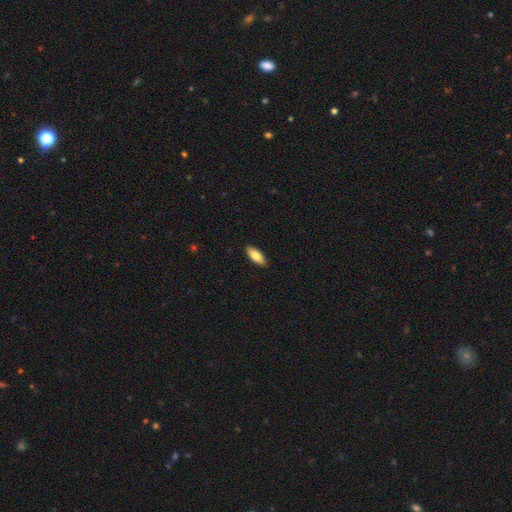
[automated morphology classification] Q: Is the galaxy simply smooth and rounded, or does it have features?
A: smooth — 82%.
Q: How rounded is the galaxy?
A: in between — 76%.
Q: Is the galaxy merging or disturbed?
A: none — 89%.